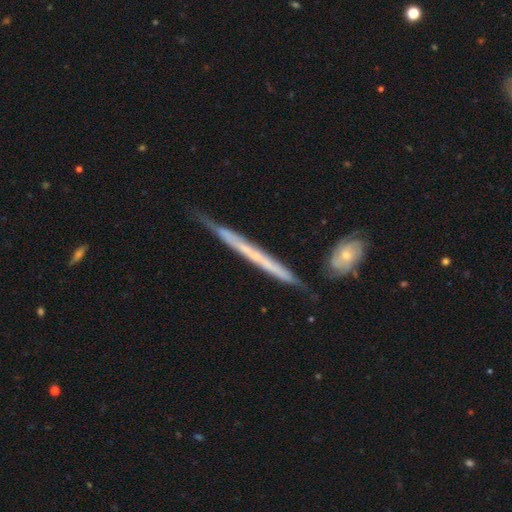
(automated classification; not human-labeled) Smooth or featured? featured or disk (68%)
Edge-on disk? yes (91%)
Edge-on bulge? none (83%)
Merging? none (70%)